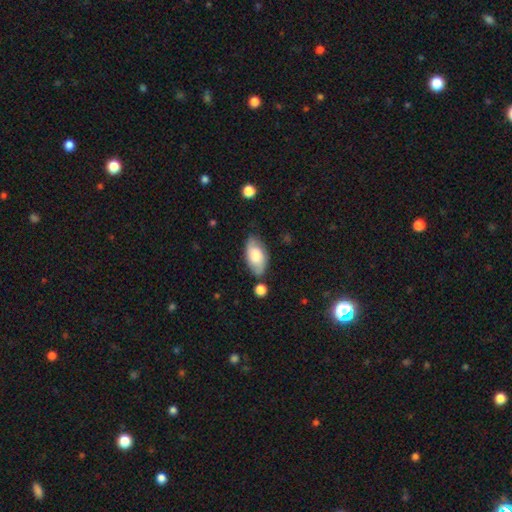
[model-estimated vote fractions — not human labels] smooth-or-featured: smooth: 62% | featured or disk: 31% | star or artifact: 7%
  how-rounded: in between: 93% | round: 4% | cigar-shaped: 3%
  merging: none: 68% | minor disturbance: 22% | merger: 5% | major disturbance: 5%